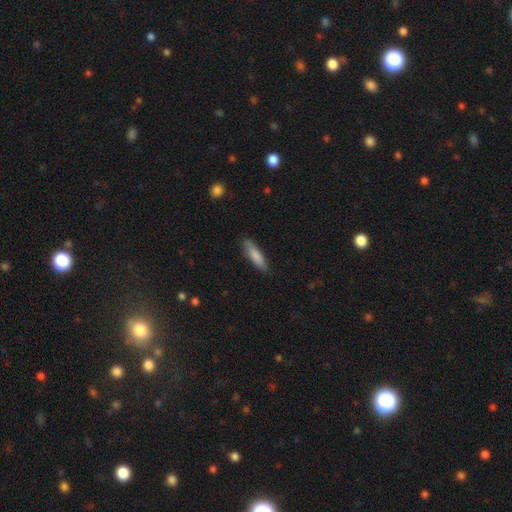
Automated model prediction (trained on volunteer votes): Smooth or featured: smooth — 82% (featured or disk — 12%)
How rounded: cigar-shaped — 72% (in between — 27%)
Merging: none — 82% (minor disturbance — 14%)